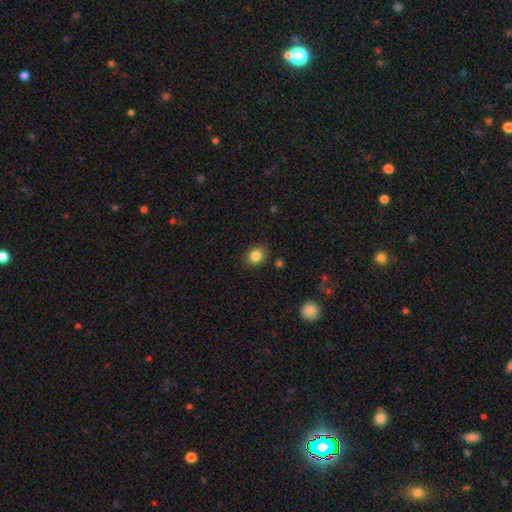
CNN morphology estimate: Q: Smooth or featured?
A: smooth (84%); runner-up: star or artifact (10%)
Q: How rounded?
A: round (63%); runner-up: in between (37%)
Q: Merging?
A: none (86%); runner-up: minor disturbance (10%)